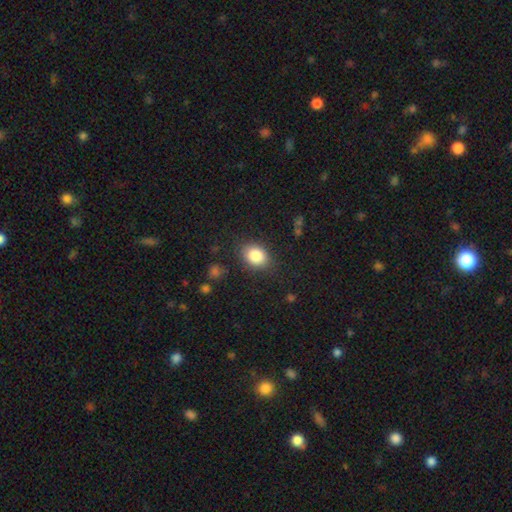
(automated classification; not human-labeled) Smooth or featured: smooth — 85% (star or artifact — 8%)
How rounded: in between — 64% (round — 35%)
Merging: none — 82% (minor disturbance — 13%)